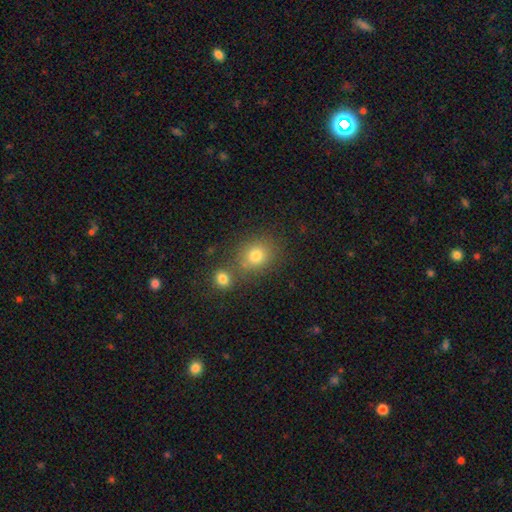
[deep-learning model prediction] Q: Smooth or featured?
A: smooth (78%); runner-up: star or artifact (13%)
Q: How rounded?
A: round (62%); runner-up: in between (37%)
Q: Merging?
A: none (64%); runner-up: merger (21%)